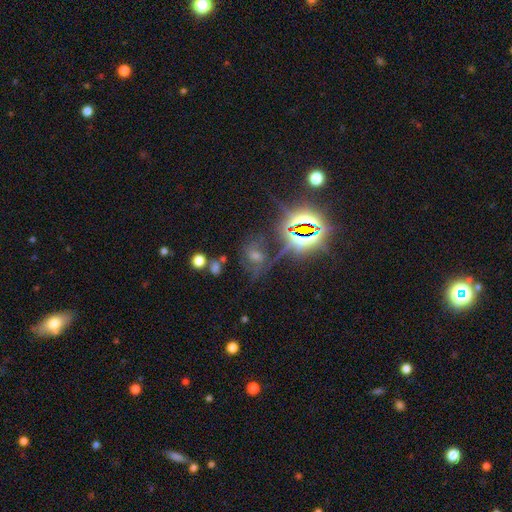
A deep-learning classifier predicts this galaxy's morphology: Overall: star or artifact (60%; featured or disk 22%).